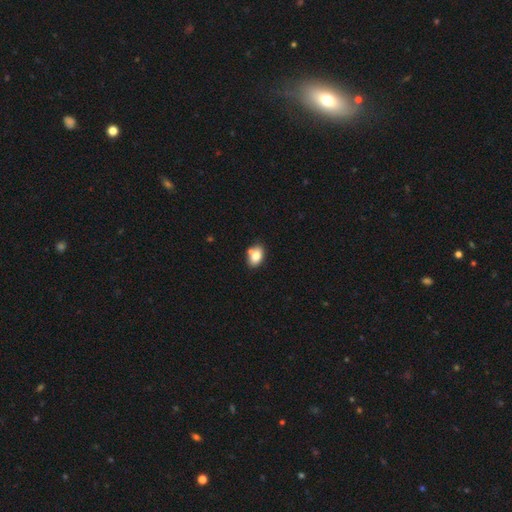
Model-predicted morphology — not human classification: Smooth or featured?
  - smooth: 79% *
  - featured or disk: 12%
  - star or artifact: 9%
How rounded?
  - in between: 82% *
  - round: 17%
  - cigar-shaped: 1%
Merging?
  - none: 64% *
  - merger: 18%
  - minor disturbance: 14%
  - major disturbance: 3%